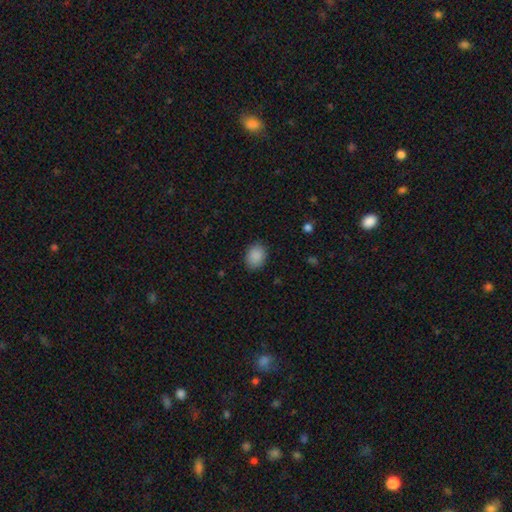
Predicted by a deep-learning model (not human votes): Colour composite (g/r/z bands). It shows a smooth galaxy with no disk features (89%) that is in between round and cigar-shaped (59%). Merging: none (86%).